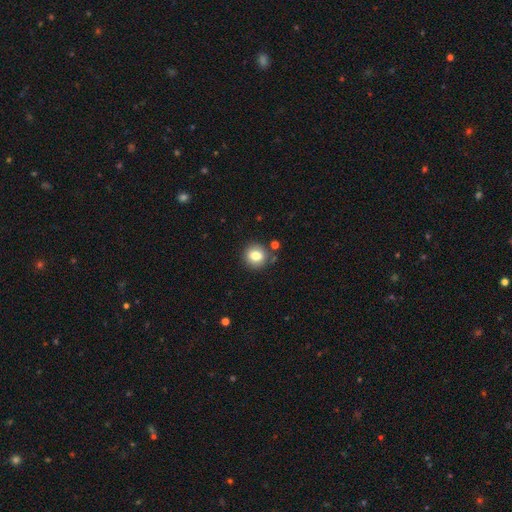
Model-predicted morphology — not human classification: The model was most divided on "how rounded": round: 84%, in between: 15%, cigar-shaped: 1%. More confident: merging — none (83%); smooth or featured — smooth (80%).